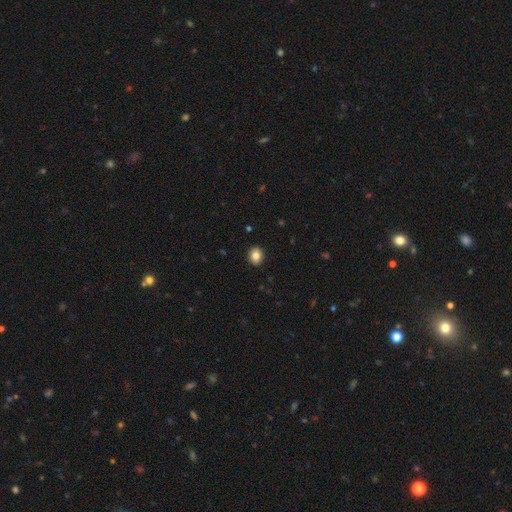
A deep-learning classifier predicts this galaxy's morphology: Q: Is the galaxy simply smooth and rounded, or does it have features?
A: smooth — 84%.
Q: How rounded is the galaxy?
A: round — 62%.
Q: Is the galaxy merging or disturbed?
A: none — 91%.